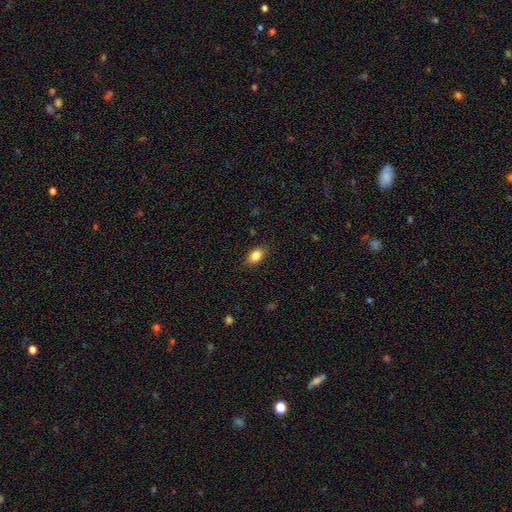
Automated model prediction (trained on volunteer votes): The model was most divided on "how rounded": in between: 86%, round: 11%, cigar-shaped: 3%. More confident: merging — none (86%); smooth or featured — smooth (84%).